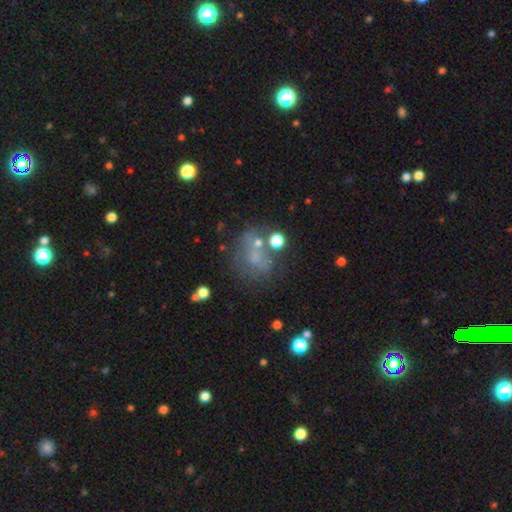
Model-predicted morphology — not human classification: Q: Smooth or featured?
A: smooth (44%); runner-up: featured or disk (30%)
Q: Merging?
A: none (49%); runner-up: minor disturbance (19%)